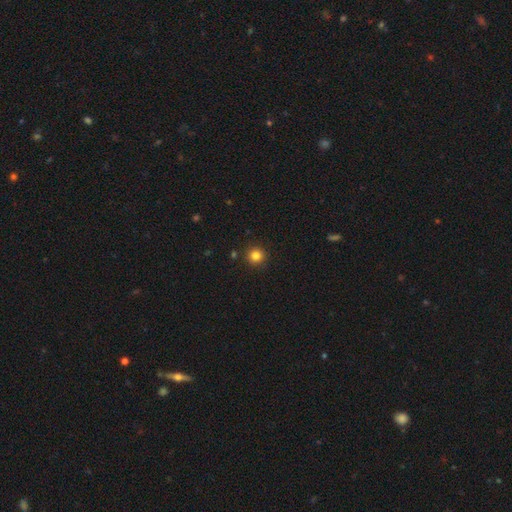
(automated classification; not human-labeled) smooth 83%, star or artifact 12%, featured or disk 5%. Down the decision tree: how rounded — round (95%); merging — none (91%).